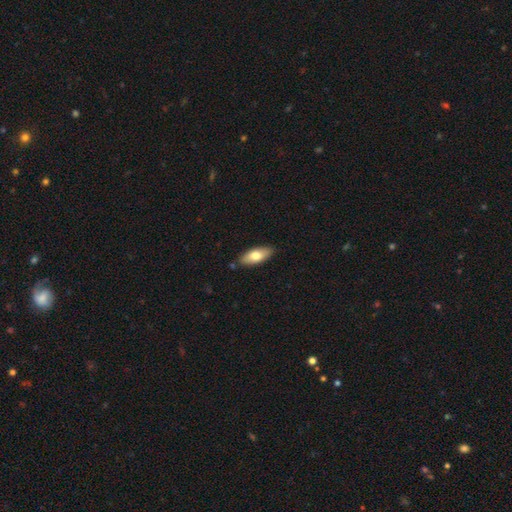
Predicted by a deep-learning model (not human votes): Morphology: type=smooth (73%); roundness=in between (81%); merging=none (86%).